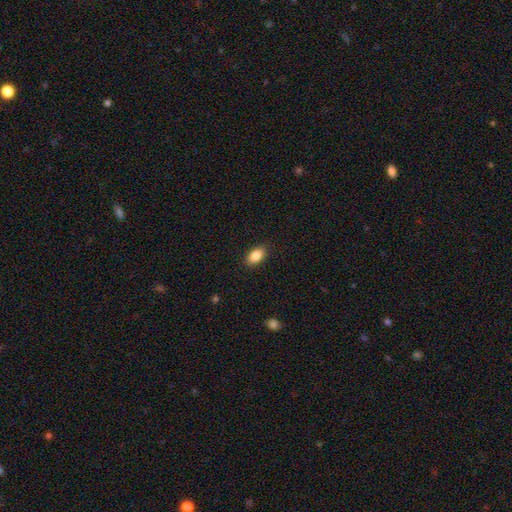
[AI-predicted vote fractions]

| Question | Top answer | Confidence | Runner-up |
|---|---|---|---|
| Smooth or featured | smooth | 87% | star or artifact (8%) |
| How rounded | in between | 91% | round (7%) |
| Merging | none | 89% | minor disturbance (8%) |